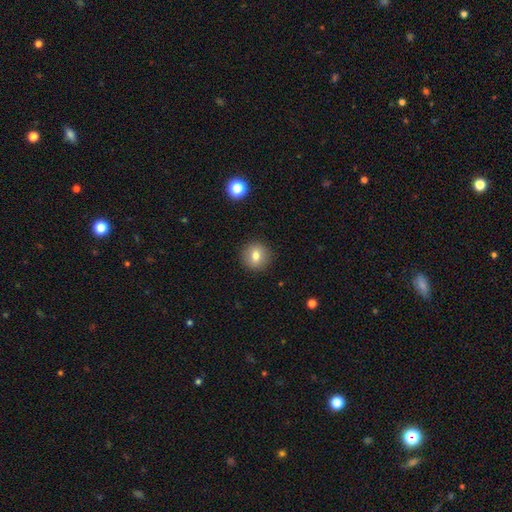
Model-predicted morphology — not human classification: A smooth galaxy with no disk features (77%) that is round (90%).

Vote fractions:
- Smooth or featured? smooth: 77% / featured or disk: 13% / star or artifact: 10%
- How rounded? round: 90% / in between: 9% / cigar-shaped: 1%
- Merging? none: 91% / minor disturbance: 6% / major disturbance: 2% / merger: 1%